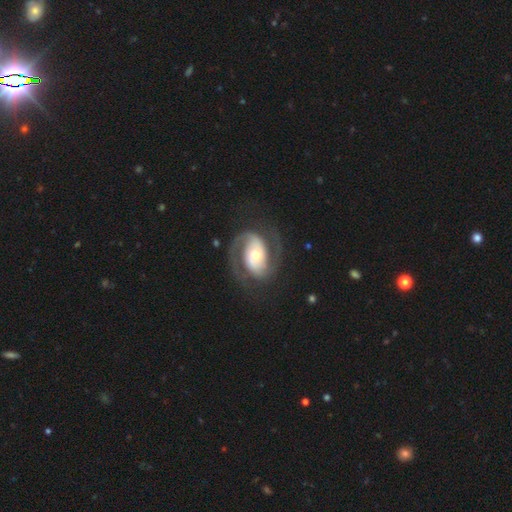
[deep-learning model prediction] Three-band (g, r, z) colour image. It shows a featured or disk galaxy (87%) with no bar (48%), 2 (89%) medium (50%) spiral arms (96%) and a moderate central bulge (66%). Merging: none (74%).